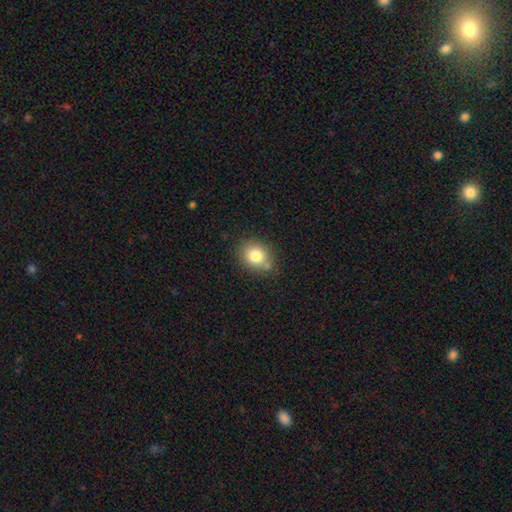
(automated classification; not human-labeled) The model was most divided on "how rounded": round: 59%, in between: 40%, cigar-shaped: 1%. More confident: smooth or featured — smooth (80%); merging — none (71%).